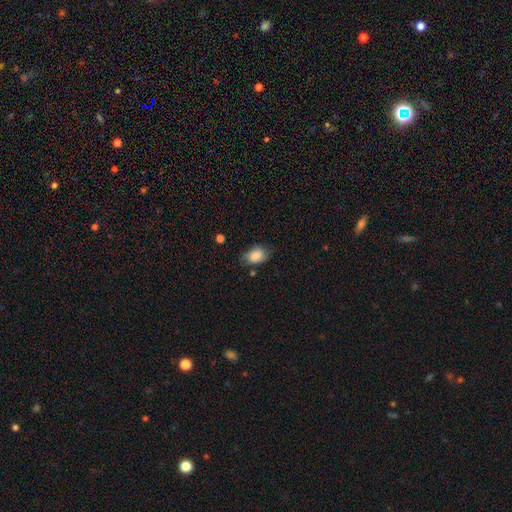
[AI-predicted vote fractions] This is clearly a smooth galaxy (83%). How rounded: clearly in between (80%). Merging: likely none (65%).